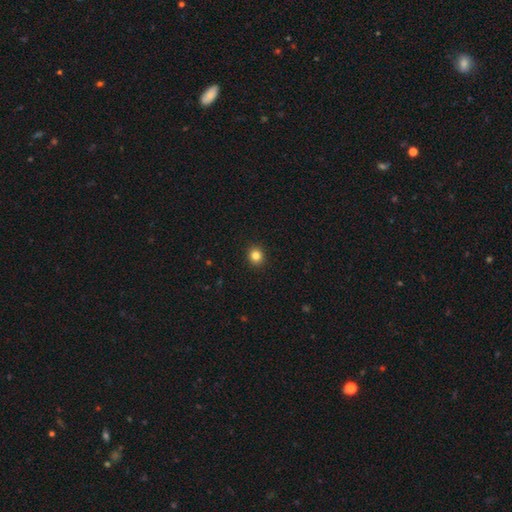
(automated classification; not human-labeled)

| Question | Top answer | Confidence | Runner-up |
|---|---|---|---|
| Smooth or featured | smooth | 83% | star or artifact (12%) |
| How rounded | round | 83% | in between (16%) |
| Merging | none | 92% | minor disturbance (5%) |